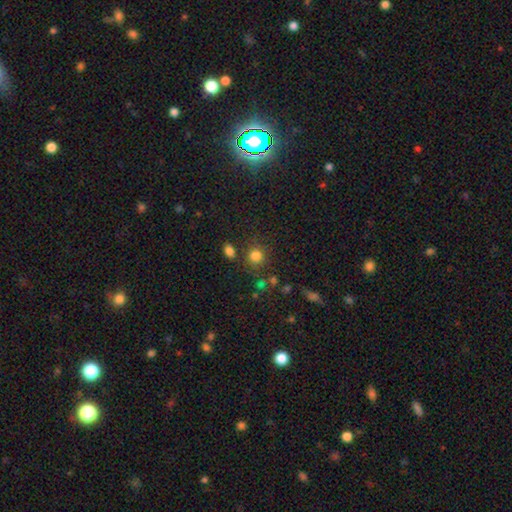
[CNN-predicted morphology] smooth-or-featured: smooth: 80% | star or artifact: 13% | featured or disk: 6%
  how-rounded: round: 85% | in between: 14% | cigar-shaped: 1%
  merging: none: 75% | minor disturbance: 11% | merger: 9% | major disturbance: 5%